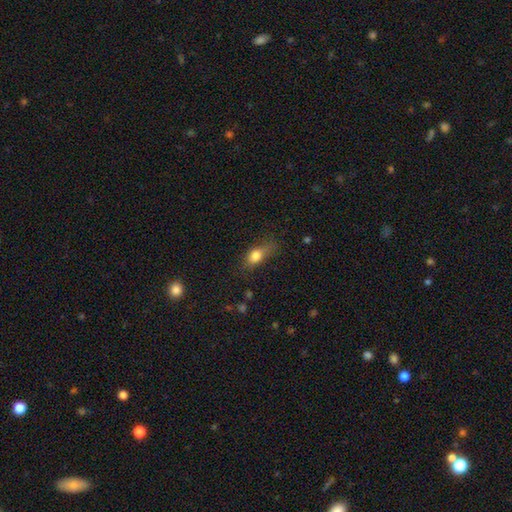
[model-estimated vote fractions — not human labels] smooth-or-featured: smooth: 79% | featured or disk: 12% | star or artifact: 10%
  how-rounded: in between: 73% | round: 17% | cigar-shaped: 10%
  merging: none: 44% | minor disturbance: 33% | major disturbance: 20% | merger: 3%